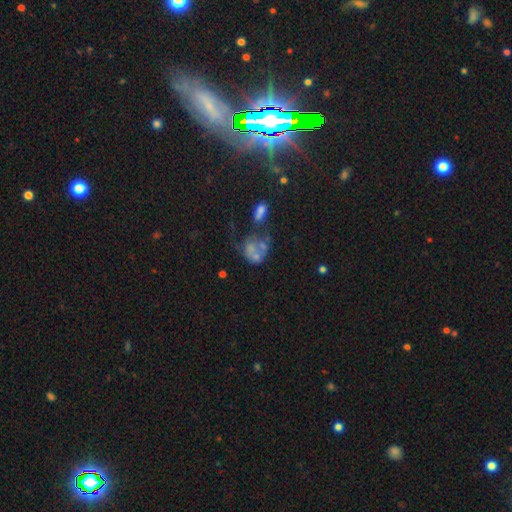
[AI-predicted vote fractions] Smooth or featured: smooth — 44% (featured or disk — 38%)
Merging: merger — 34% (major disturbance — 31%)